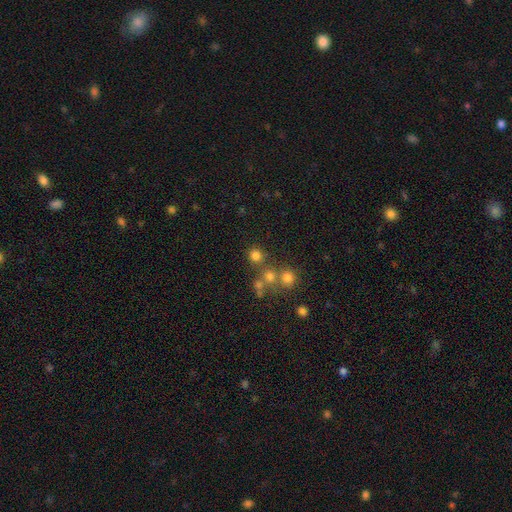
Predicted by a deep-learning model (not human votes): The model was most divided on "merging": none: 69%, merger: 19%, minor disturbance: 8%, major disturbance: 4%. More confident: how rounded — round (89%); smooth or featured — smooth (74%).